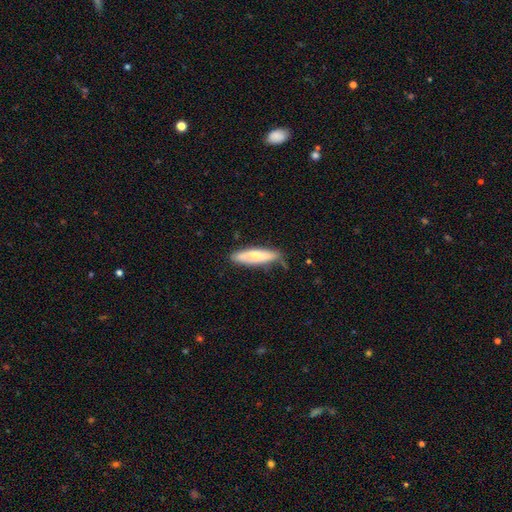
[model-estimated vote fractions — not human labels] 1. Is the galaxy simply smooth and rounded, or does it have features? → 60% smooth, 35% featured or disk, 6% star or artifact.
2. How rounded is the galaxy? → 65% cigar-shaped, 33% in between, 2% round.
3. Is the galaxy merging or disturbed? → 70% none, 23% minor disturbance, 4% major disturbance, 3% merger.